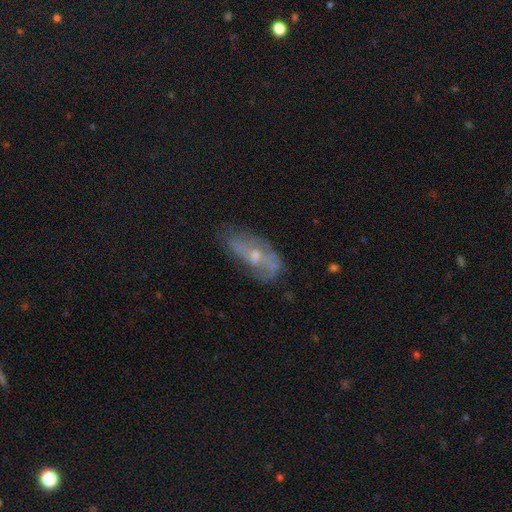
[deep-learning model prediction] smooth_or_featured: featured or disk (p=0.61) [alt: smooth p=0.29]
disk_edge_on: no (p=0.87) [alt: yes p=0.13]
bar: no (p=0.69) [alt: weak p=0.24]
has_spiral_arms: yes (p=0.61) [alt: no p=0.39]
bulge_size: small (p=0.48) [alt: moderate p=0.46]
merging: none (p=0.53) [alt: minor disturbance p=0.27]